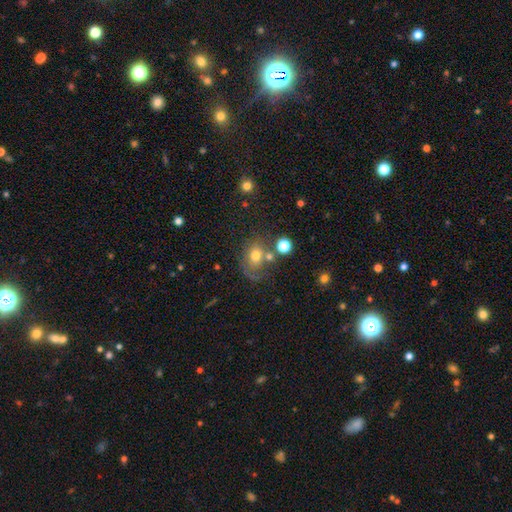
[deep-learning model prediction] Smooth or featured?
  - smooth: 66% *
  - featured or disk: 20%
  - star or artifact: 14%
How rounded?
  - round: 52% *
  - in between: 47%
  - cigar-shaped: 1%
Merging?
  - none: 50% *
  - minor disturbance: 19%
  - merger: 19%
  - major disturbance: 12%